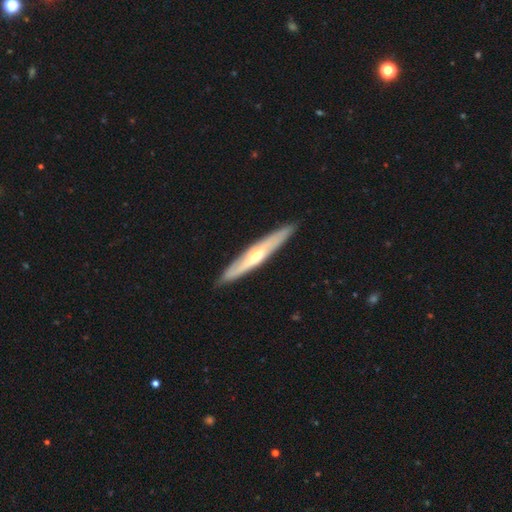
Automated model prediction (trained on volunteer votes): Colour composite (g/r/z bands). It shows a featured or disk galaxy (63%) viewed edge-on (90%) with a rounded central bulge (82%). Merging: none (90%).